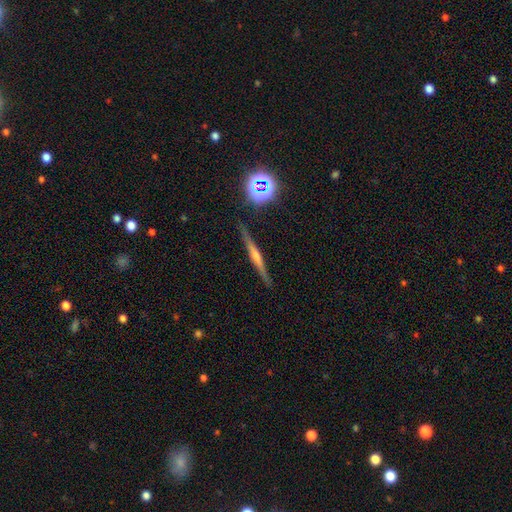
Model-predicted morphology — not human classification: The model was most divided on "edge-on bulge": rounded: 59%, none: 24%, boxy: 17%. More confident: edge-on disk — yes (97%); merging — none (89%); smooth or featured — featured or disk (62%).